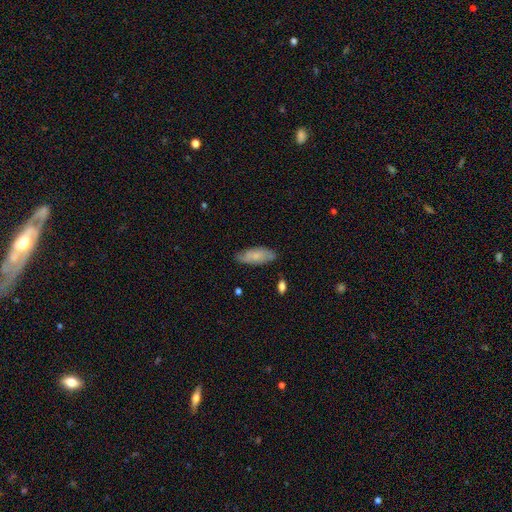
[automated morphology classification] smooth-or-featured: smooth: 66% | featured or disk: 28% | star or artifact: 6%
  how-rounded: in between: 78% | cigar-shaped: 20% | round: 2%
  merging: none: 75% | minor disturbance: 19% | major disturbance: 4% | merger: 2%